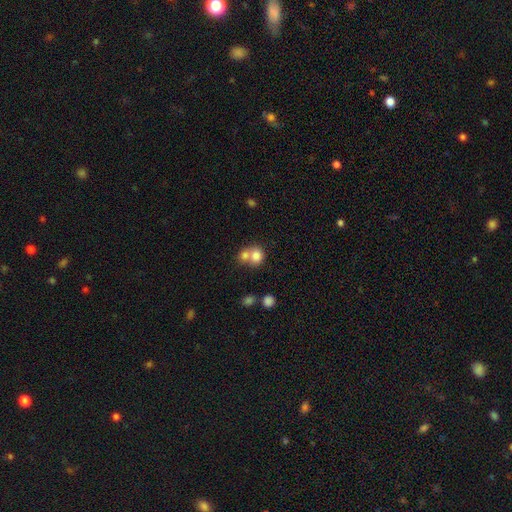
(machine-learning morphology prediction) The model was most divided on "merging": merger: 58%, none: 33%, minor disturbance: 6%, major disturbance: 3%. More confident: smooth or featured — smooth (77%); how rounded — round (75%).